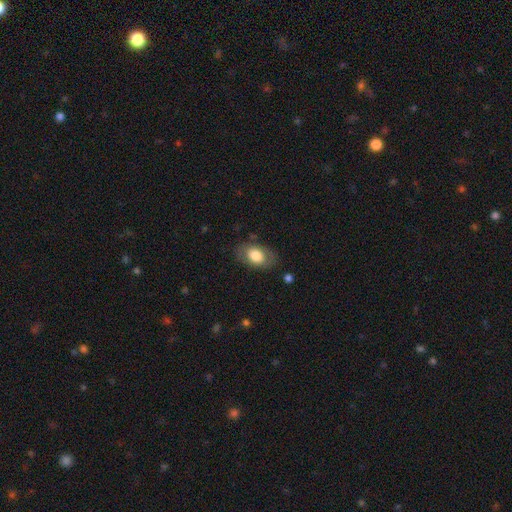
Smooth or featured? 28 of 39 (72%) said smooth. How rounded? 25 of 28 (89%) said in between. Merging? 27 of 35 (77%) said none.